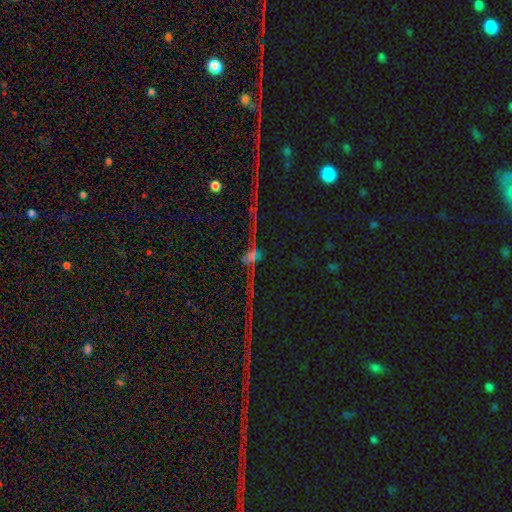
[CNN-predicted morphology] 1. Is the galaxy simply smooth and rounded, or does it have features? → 56% star or artifact, 29% featured or disk, 15% smooth.